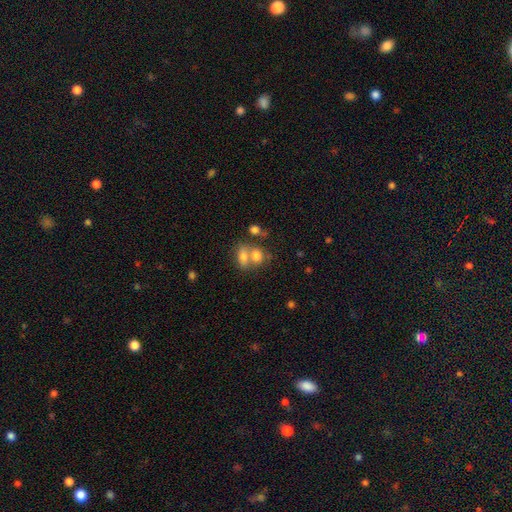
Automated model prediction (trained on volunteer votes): A smooth galaxy with no disk features (75%) that is in between round and cigar-shaped (53%).

Vote fractions:
- Smooth or featured? smooth: 75% / featured or disk: 14% / star or artifact: 11%
- How rounded? in between: 53% / round: 44% / cigar-shaped: 2%
- Merging? merger: 56% / none: 31% / minor disturbance: 8% / major disturbance: 5%